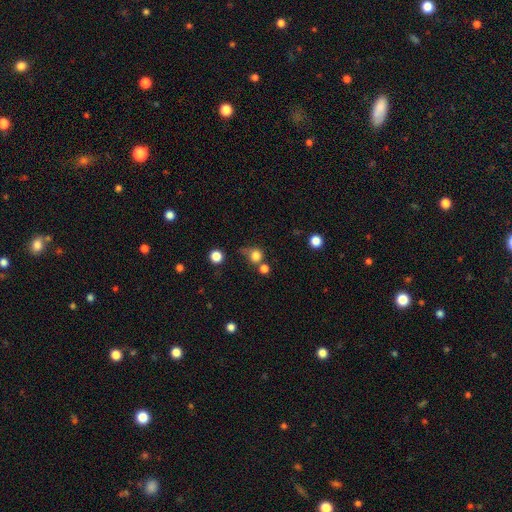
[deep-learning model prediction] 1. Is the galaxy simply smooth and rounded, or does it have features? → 79% smooth, 14% star or artifact, 7% featured or disk.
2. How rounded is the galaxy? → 87% round, 12% in between, 1% cigar-shaped.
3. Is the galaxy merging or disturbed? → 53% none, 18% merger, 18% minor disturbance, 10% major disturbance.